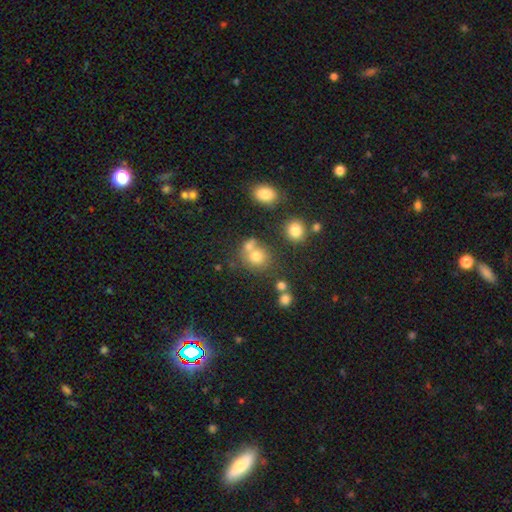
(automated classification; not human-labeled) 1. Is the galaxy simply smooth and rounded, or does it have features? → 71% smooth, 17% star or artifact, 12% featured or disk.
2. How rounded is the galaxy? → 76% round, 23% in between, 1% cigar-shaped.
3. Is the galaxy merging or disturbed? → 54% none, 30% merger, 11% minor disturbance, 5% major disturbance.